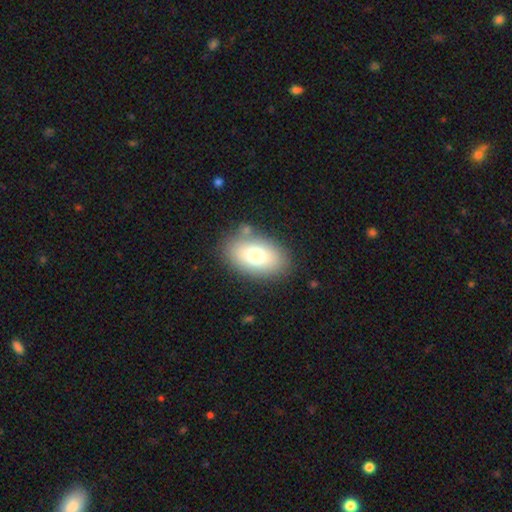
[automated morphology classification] smooth_or_featured: smooth (p=0.72) [alt: featured or disk p=0.18]
how_rounded: in between (p=0.86) [alt: round p=0.12]
merging: none (p=0.79) [alt: minor disturbance p=0.12]